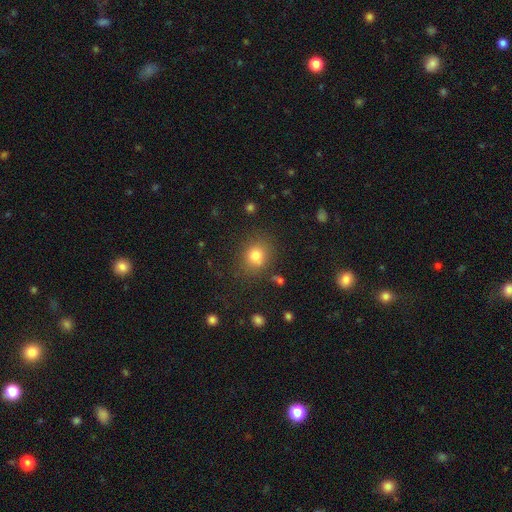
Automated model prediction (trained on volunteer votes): smooth 79%, star or artifact 13%, featured or disk 8%. Down the decision tree: how rounded — round (73%); merging — none (78%).